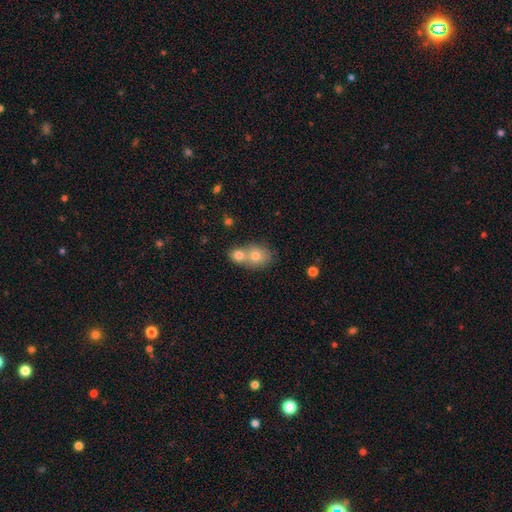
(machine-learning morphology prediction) Smooth or featured: smooth — 73% (featured or disk — 17%)
How rounded: round — 57% (in between — 42%)
Merging: merger — 65% (none — 27%)